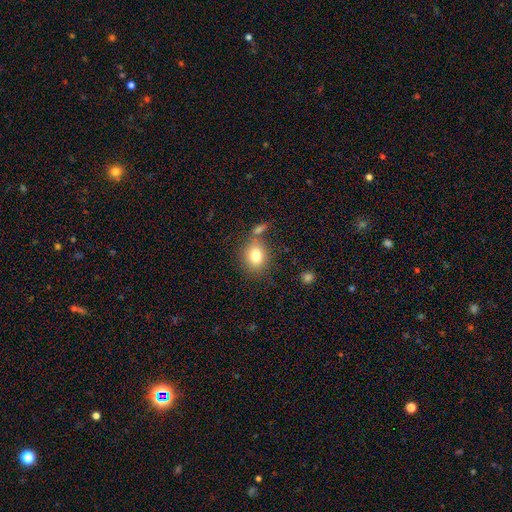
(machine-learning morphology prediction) type=smooth (78%); roundness=round (58%); merging=none (67%).